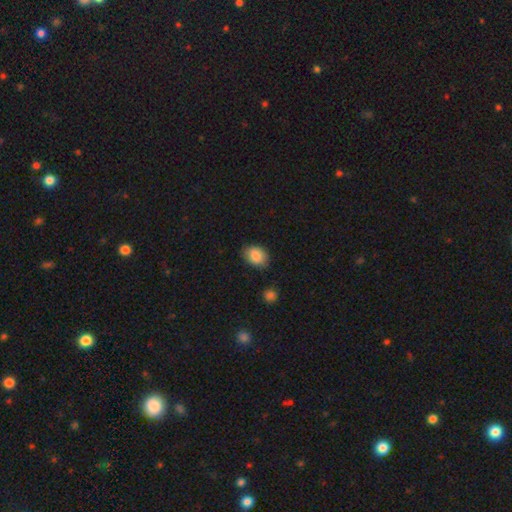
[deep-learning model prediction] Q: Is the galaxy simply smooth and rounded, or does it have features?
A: smooth — 86%.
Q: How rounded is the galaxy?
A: in between — 74%.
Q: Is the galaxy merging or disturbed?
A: none — 79%.